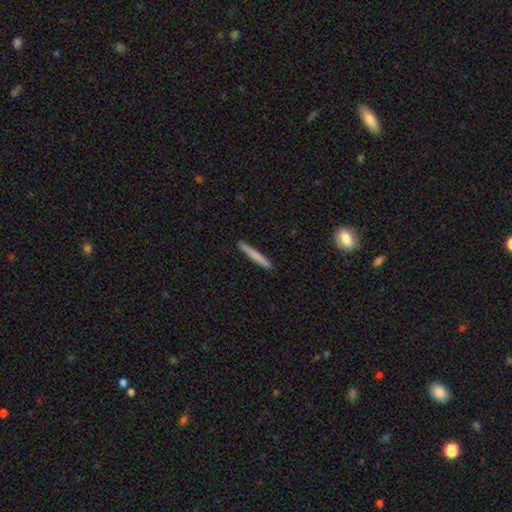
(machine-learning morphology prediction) This appears to be a smooth galaxy with no disk features (74%) that is cigar-shaped (96%). Merging: none (91%).